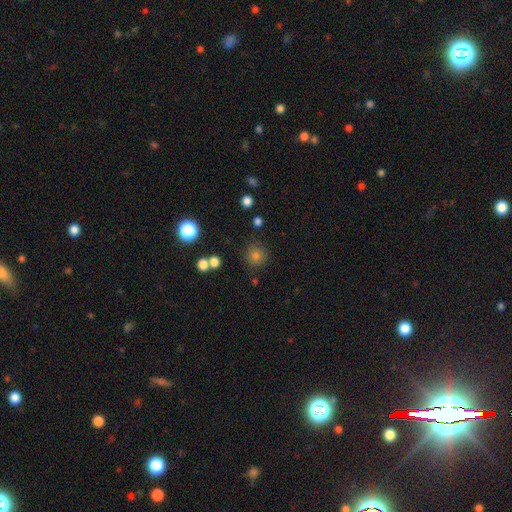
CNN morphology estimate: smooth_or_featured: smooth (p=0.74) [alt: star or artifact p=0.19]
how_rounded: round (p=0.94) [alt: in between p=0.05]
merging: none (p=0.85) [alt: minor disturbance p=0.08]